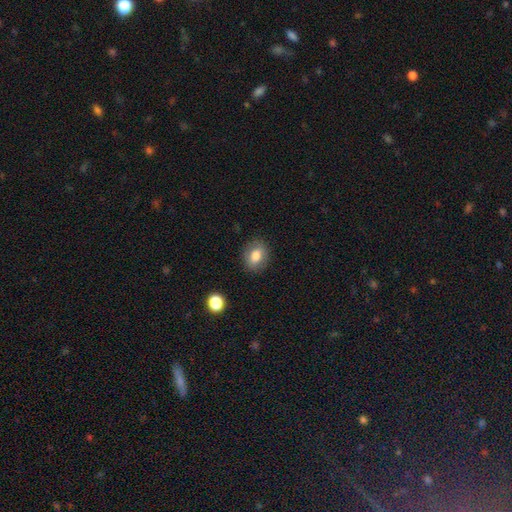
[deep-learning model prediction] Smooth or featured: smooth — 80% (featured or disk — 12%)
How rounded: in between — 59% (round — 40%)
Merging: none — 85% (minor disturbance — 11%)